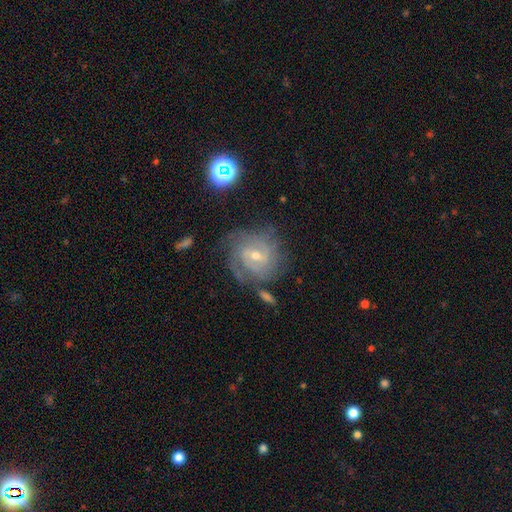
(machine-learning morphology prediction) A featured or disk galaxy (80%) with a weak bar (50%), tight (61%) spiral arms (93%) and a small central bulge (53%).

Vote fractions:
- Smooth or featured? featured or disk: 80% / smooth: 11% / star or artifact: 8%
- Edge-on disk? no: 97% / yes: 3%
- Bar? weak: 50% / no: 38% / strong: 12%
- Spiral arms? yes: 93% / no: 7%
- Spiral winding? tight: 61% / medium: 31% / loose: 8%
- Spiral arm count? can't tell: 38% / 2: 23% / 3: 20% / 4: 9% / 1: 5% / more than 4: 5%
- Bulge size? small: 53% / moderate: 44% / large: 1% / none: 1% / dominant: 1%
- Merging? none: 65% / minor disturbance: 20% / major disturbance: 11% / merger: 4%